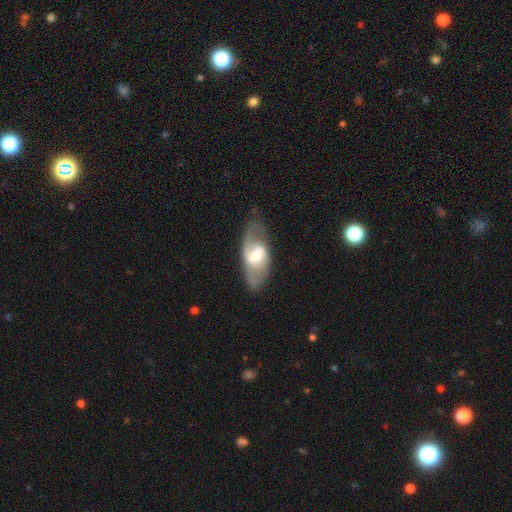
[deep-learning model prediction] A featured or disk galaxy (71%) with a weak bar (51%), 2 (72%) medium (46%) spiral arms (79%) and a moderate central bulge (56%). Merging: none (70%).